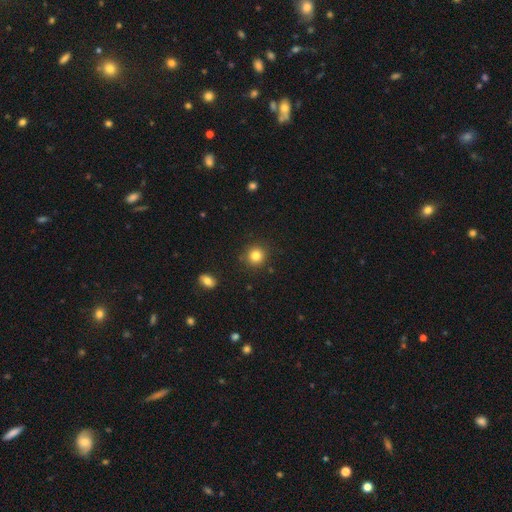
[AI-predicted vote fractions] Morphology: type=smooth (83%); roundness=round (92%); merging=none (89%).